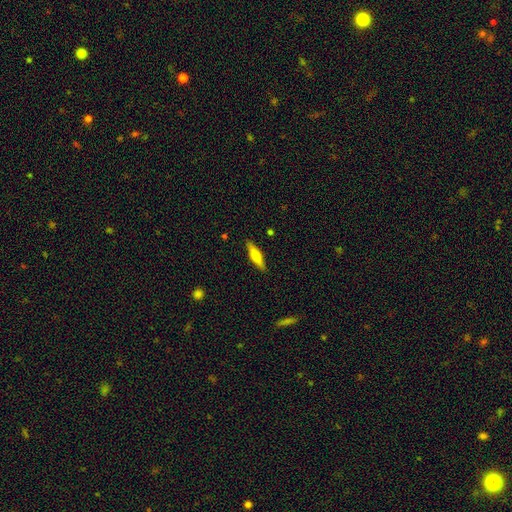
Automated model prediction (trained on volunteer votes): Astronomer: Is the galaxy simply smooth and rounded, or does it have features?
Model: smooth — 56% (runner-up: featured or disk, 38%).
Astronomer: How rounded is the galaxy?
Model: cigar-shaped — 73%.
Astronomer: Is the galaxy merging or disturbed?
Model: none — 89%.